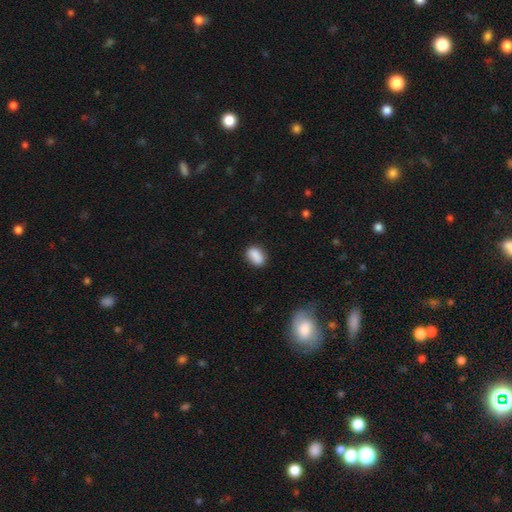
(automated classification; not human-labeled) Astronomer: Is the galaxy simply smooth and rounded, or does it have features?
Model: smooth — 88%.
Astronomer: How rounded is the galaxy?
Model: in between — 86%.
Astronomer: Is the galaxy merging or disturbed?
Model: none — 83%.